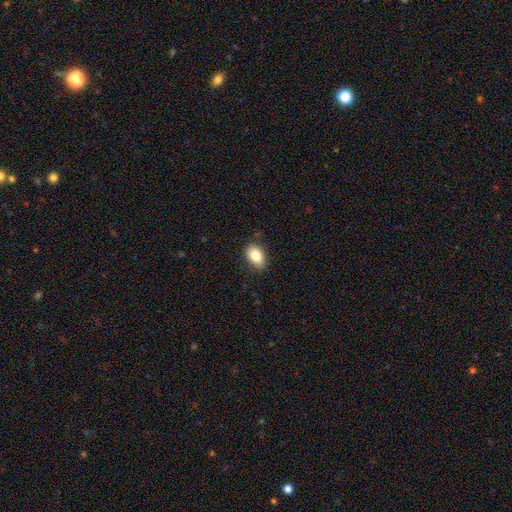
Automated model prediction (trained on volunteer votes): Morphology: type=smooth (84%); roundness=in between (86%); merging=none (85%).